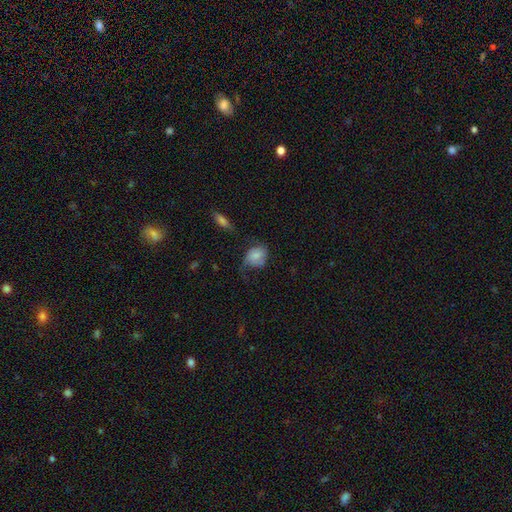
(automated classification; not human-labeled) Smooth or featured?
  - smooth: 68% *
  - featured or disk: 24%
  - star or artifact: 8%
How rounded?
  - in between: 54% *
  - round: 45%
  - cigar-shaped: 1%
Merging?
  - none: 36% *
  - minor disturbance: 33%
  - major disturbance: 27%
  - merger: 4%